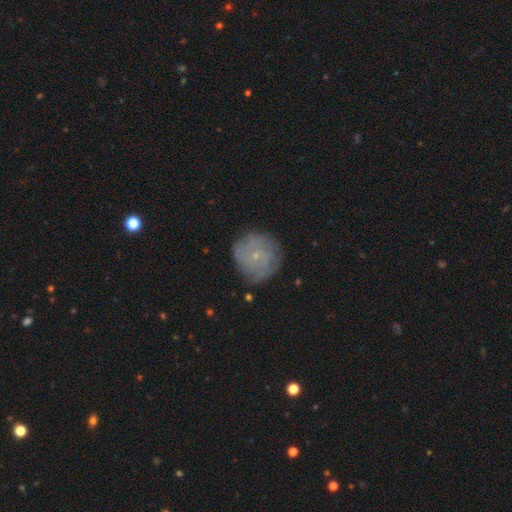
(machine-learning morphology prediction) Q: Smooth or featured?
A: featured or disk (52%); runner-up: smooth (38%)
Q: Edge-on disk?
A: no (97%); runner-up: yes (3%)
Q: Bar?
A: no (86%); runner-up: weak (12%)
Q: Spiral arms?
A: yes (71%); runner-up: no (29%)
Q: Bulge size?
A: small (86%); runner-up: moderate (9%)
Q: Merging?
A: none (78%); runner-up: minor disturbance (16%)